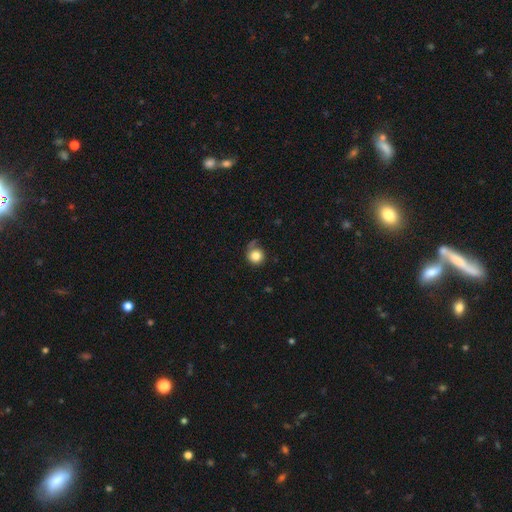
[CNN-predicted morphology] Smooth or featured?
  - smooth: 80% *
  - featured or disk: 11%
  - star or artifact: 9%
How rounded?
  - round: 89% *
  - in between: 10%
  - cigar-shaped: 1%
Merging?
  - none: 59% *
  - minor disturbance: 23%
  - major disturbance: 14%
  - merger: 4%